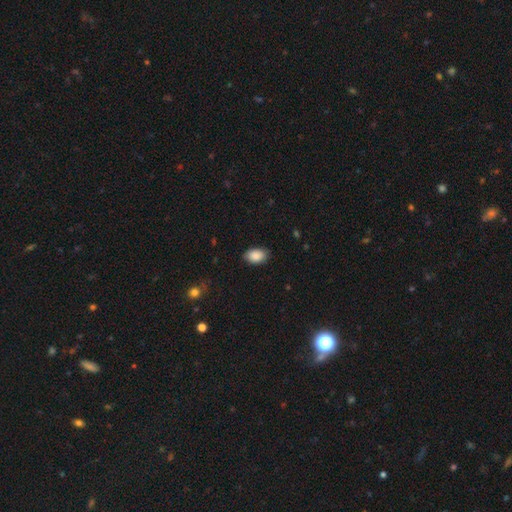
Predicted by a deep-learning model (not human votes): Smooth or featured? smooth (89%)
How rounded? in between (90%)
Merging? none (84%)